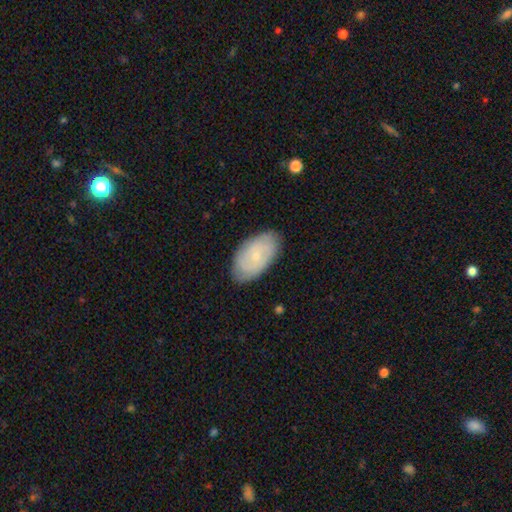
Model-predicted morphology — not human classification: Overall: featured or disk (48%; smooth 45%). Merging: none (81%).